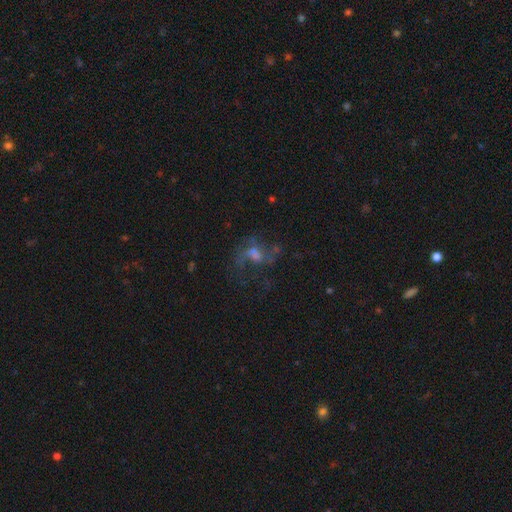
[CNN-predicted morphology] Smooth or featured?
  - featured or disk: 59% *
  - smooth: 22%
  - star or artifact: 19%
Edge-on disk?
  - no: 96% *
  - yes: 4%
Bar?
  - no: 50% *
  - weak: 40%
  - strong: 10%
Spiral arms?
  - yes: 67% *
  - no: 33%
Bulge size?
  - moderate: 38% *
  - small: 27%
  - none: 22%
  - large: 11%
  - dominant: 2%
Merging?
  - none: 48% *
  - major disturbance: 32%
  - minor disturbance: 16%
  - merger: 4%